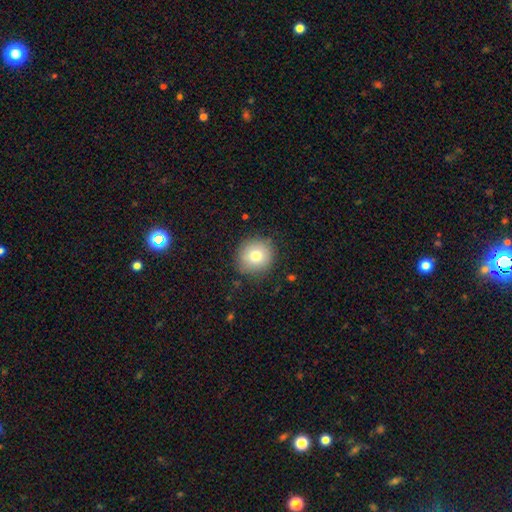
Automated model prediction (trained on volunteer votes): Smooth or featured?
  - smooth: 77% *
  - featured or disk: 13%
  - star or artifact: 10%
How rounded?
  - round: 90% *
  - in between: 9%
  - cigar-shaped: 1%
Merging?
  - none: 85% *
  - minor disturbance: 11%
  - major disturbance: 3%
  - merger: 1%